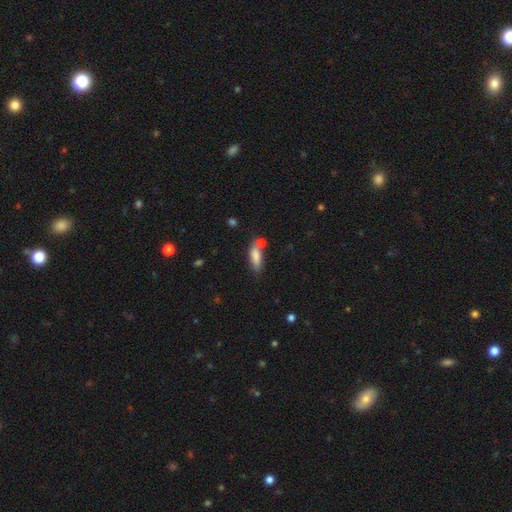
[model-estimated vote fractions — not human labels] smooth_or_featured: smooth (p=0.81) [alt: featured or disk p=0.11]
how_rounded: in between (p=0.55) [alt: cigar-shaped p=0.42]
merging: none (p=0.54) [alt: merger p=0.22]